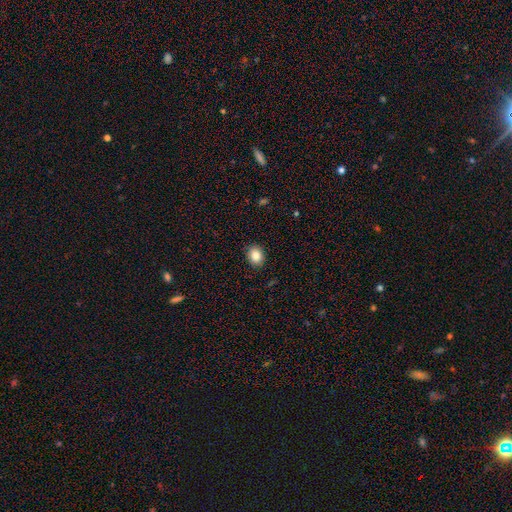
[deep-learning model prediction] smooth 84%, star or artifact 9%, featured or disk 7%. Down the decision tree: how rounded — round (51%); merging — none (90%).